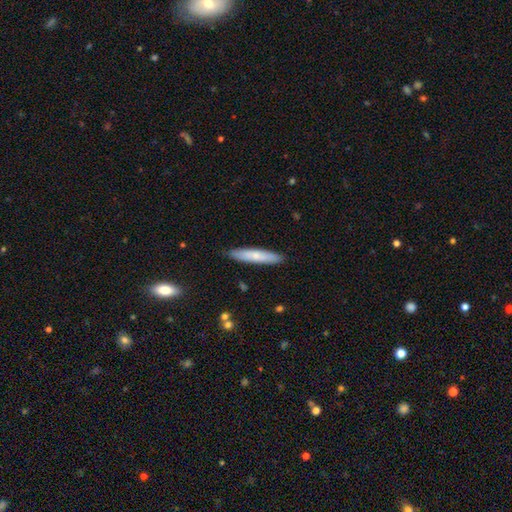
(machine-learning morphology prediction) type=smooth (66%); roundness=cigar-shaped (88%); merging=none (87%).